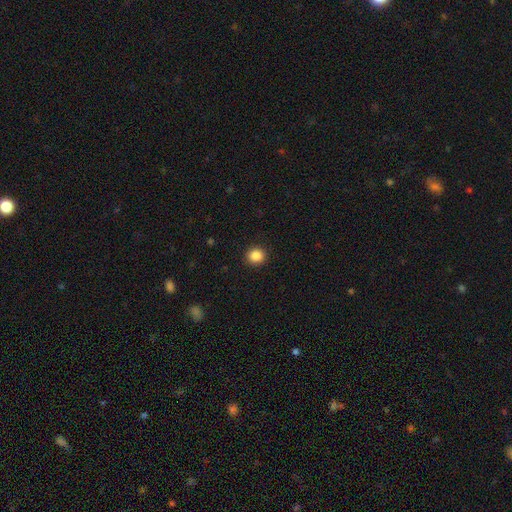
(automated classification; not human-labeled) This appears to be a smooth galaxy with no disk features (87%) that is round (86%). Merging: none (92%).